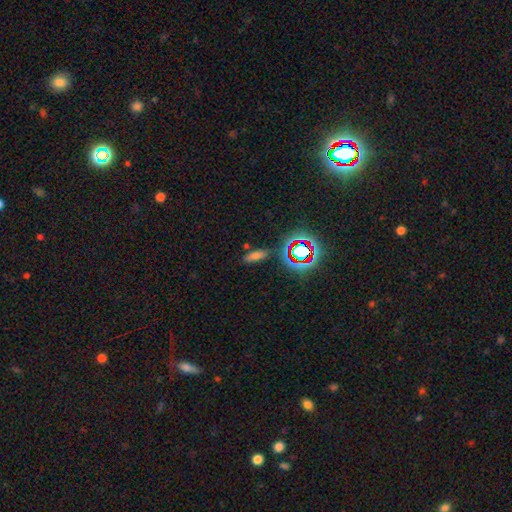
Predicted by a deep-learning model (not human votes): smooth-or-featured: smooth: 64% | star or artifact: 25% | featured or disk: 11%
  how-rounded: in between: 51% | cigar-shaped: 43% | round: 6%
  merging: none: 78% | minor disturbance: 12% | merger: 5% | major disturbance: 4%